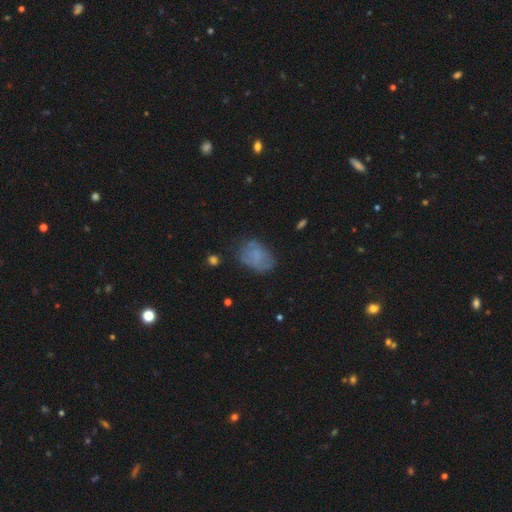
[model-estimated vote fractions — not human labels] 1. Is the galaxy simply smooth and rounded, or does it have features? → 66% smooth, 23% featured or disk, 11% star or artifact.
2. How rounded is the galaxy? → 81% in between, 18% round, 1% cigar-shaped.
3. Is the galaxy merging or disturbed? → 59% none, 26% minor disturbance, 12% major disturbance, 3% merger.